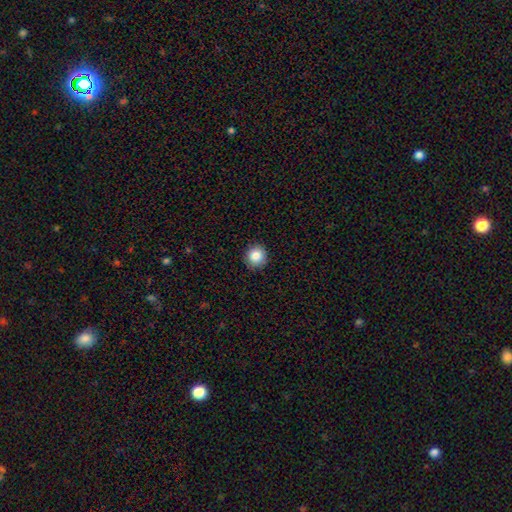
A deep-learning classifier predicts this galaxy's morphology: type=smooth (85%); roundness=round (92%); merging=none (91%).